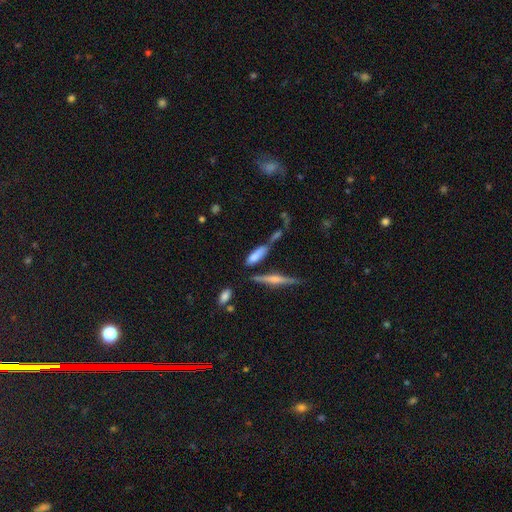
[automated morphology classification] This is likely a smooth galaxy (64%). How rounded: possibly in between (52%). Merging: possibly none (56%).